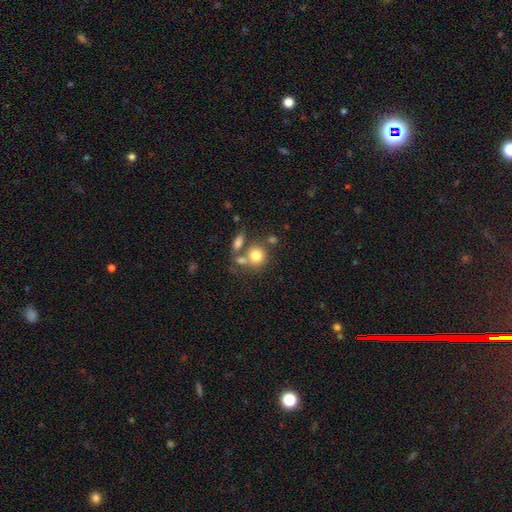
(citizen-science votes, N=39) Smooth or featured? 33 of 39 (85%) said smooth. How rounded? 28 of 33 (85%) said round. Merging? 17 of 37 (46%) said none.